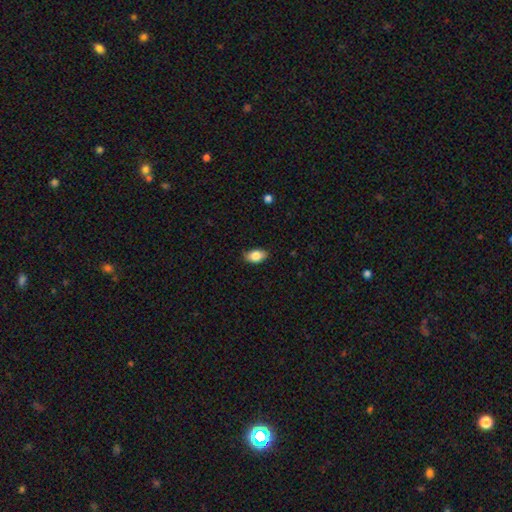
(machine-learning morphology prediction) A smooth galaxy with no disk features (84%) that is in between round and cigar-shaped (90%). Merging: none (82%).